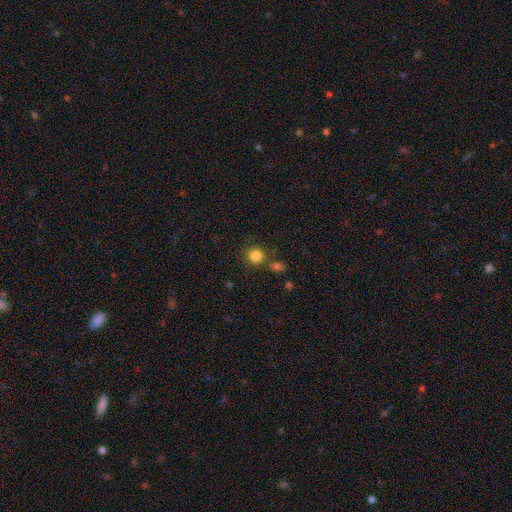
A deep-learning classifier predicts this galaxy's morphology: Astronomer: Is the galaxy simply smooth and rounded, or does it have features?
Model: smooth — 83%.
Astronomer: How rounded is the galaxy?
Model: round — 91%.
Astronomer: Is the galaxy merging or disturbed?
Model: none — 74%.